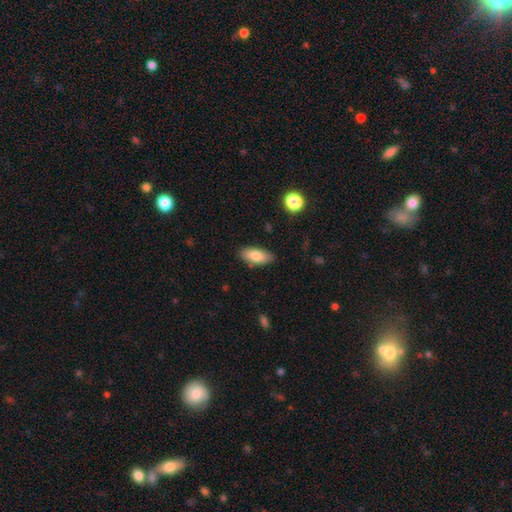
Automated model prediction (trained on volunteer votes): smooth 79%, featured or disk 14%, star or artifact 7%. Down the decision tree: how rounded — in between (84%); merging — none (83%).